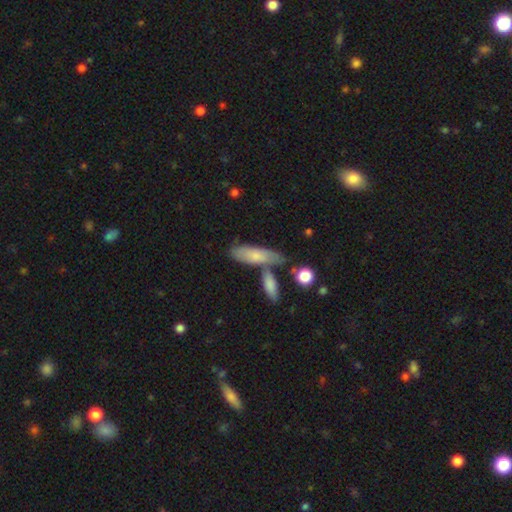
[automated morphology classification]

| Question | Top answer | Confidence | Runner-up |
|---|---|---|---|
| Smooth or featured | smooth | 71% | featured or disk (23%) |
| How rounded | in between | 56% | cigar-shaped (42%) |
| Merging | none | 49% | merger (28%) |